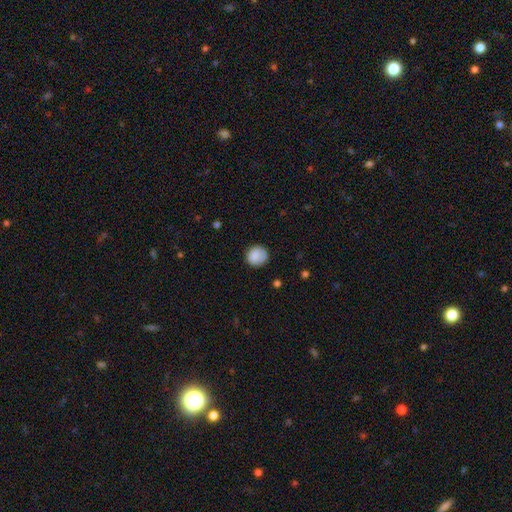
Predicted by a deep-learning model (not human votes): A smooth galaxy with no disk features (82%) that is round (87%). Merging: none (79%).